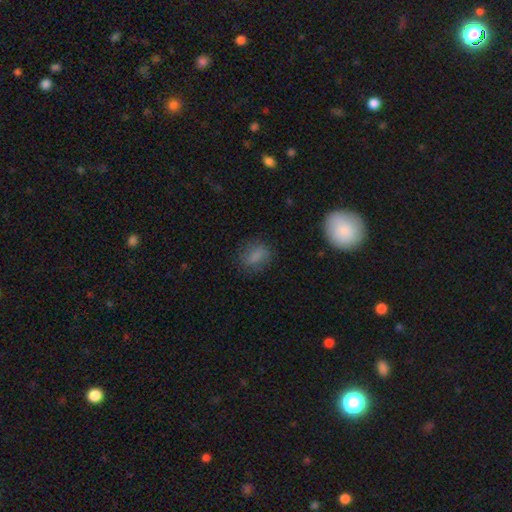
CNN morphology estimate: Smooth or featured?
  - smooth: 75% *
  - featured or disk: 13%
  - star or artifact: 11%
How rounded?
  - in between: 63% *
  - round: 33%
  - cigar-shaped: 4%
Merging?
  - none: 73% *
  - minor disturbance: 18%
  - major disturbance: 7%
  - merger: 2%